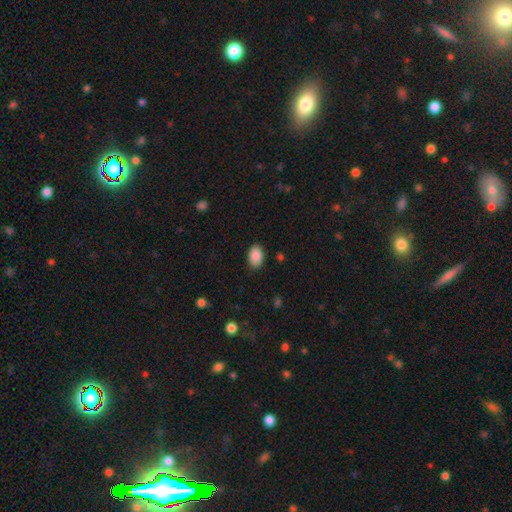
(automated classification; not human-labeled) Smooth or featured?
  - smooth: 90% *
  - star or artifact: 7%
  - featured or disk: 3%
How rounded?
  - in between: 88% *
  - round: 11%
  - cigar-shaped: 1%
Merging?
  - none: 85% *
  - minor disturbance: 11%
  - major disturbance: 3%
  - merger: 1%